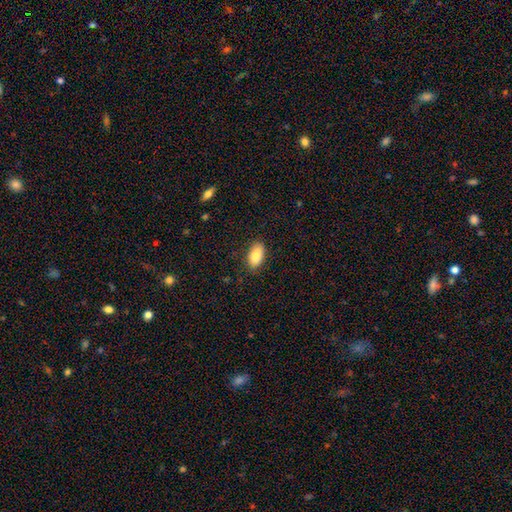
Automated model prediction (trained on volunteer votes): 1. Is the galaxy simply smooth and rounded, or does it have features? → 86% smooth, 7% featured or disk, 7% star or artifact.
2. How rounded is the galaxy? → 93% in between, 4% round, 3% cigar-shaped.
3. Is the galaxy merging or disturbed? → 86% none, 11% minor disturbance, 2% major disturbance, 1% merger.